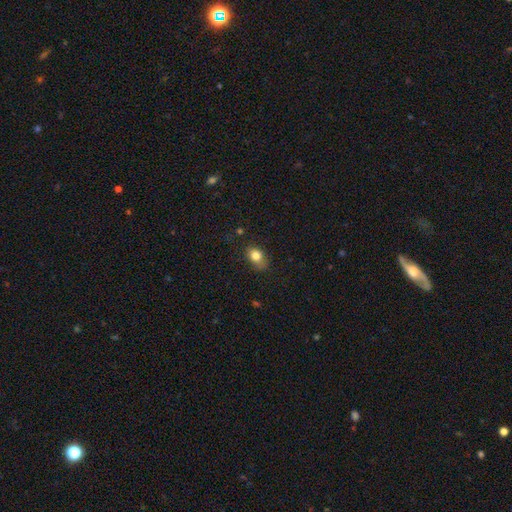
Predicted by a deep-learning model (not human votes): Smooth or featured: smooth — 81% (star or artifact — 10%)
How rounded: in between — 66% (round — 33%)
Merging: none — 58% (minor disturbance — 30%)